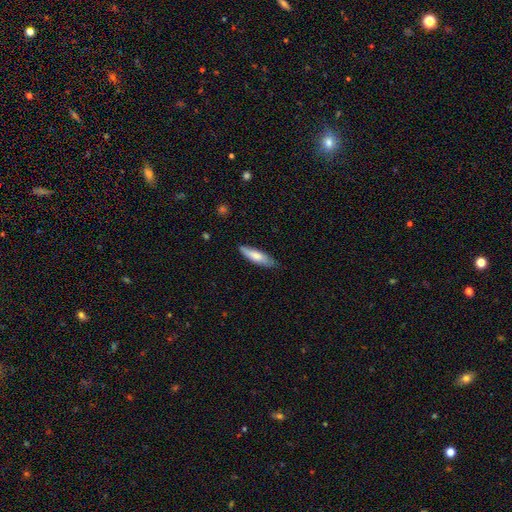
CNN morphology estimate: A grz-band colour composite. It shows a smooth galaxy with no disk features (74%) that is cigar-shaped (62%). Merging: none (76%).